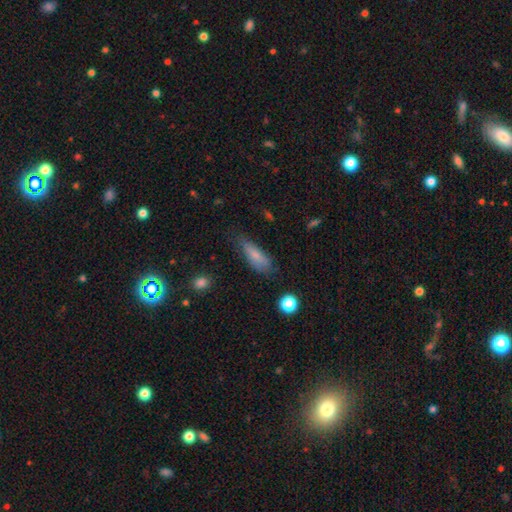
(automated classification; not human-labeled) A smooth galaxy with no disk features (75%) that is in between round and cigar-shaped (53%).

Vote fractions:
- Smooth or featured? smooth: 75% / featured or disk: 17% / star or artifact: 8%
- How rounded? in between: 53% / cigar-shaped: 44% / round: 3%
- Merging? none: 62% / minor disturbance: 28% / major disturbance: 8% / merger: 2%